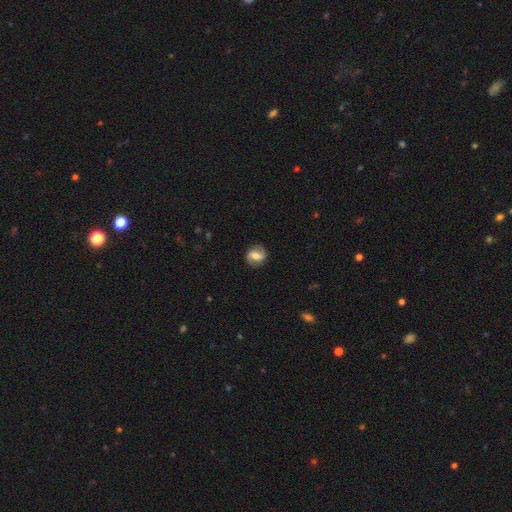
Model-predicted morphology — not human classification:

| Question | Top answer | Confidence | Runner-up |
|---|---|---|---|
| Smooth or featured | featured or disk | 61% | smooth (31%) |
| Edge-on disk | no | 96% | yes (4%) |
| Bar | weak | 42% | strong (34%) |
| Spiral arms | yes | 86% | no (14%) |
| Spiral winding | loose | 42% | medium (39%) |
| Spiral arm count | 2 | 89% | can't tell (5%) |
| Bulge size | moderate | 59% | small (25%) |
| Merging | none | 84% | minor disturbance (11%) |